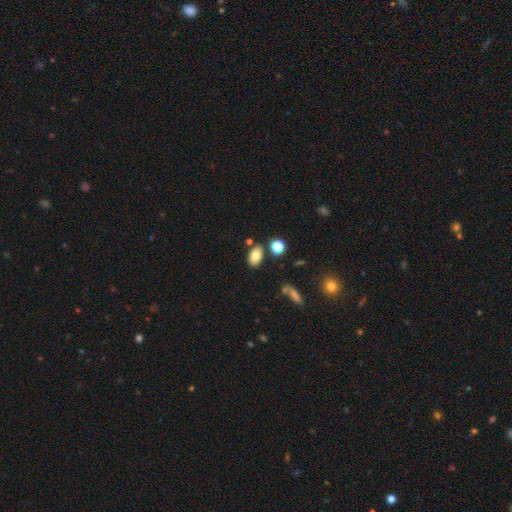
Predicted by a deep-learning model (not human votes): Overall: smooth (79%). How rounded: in between (88%). Merging: none (78%).